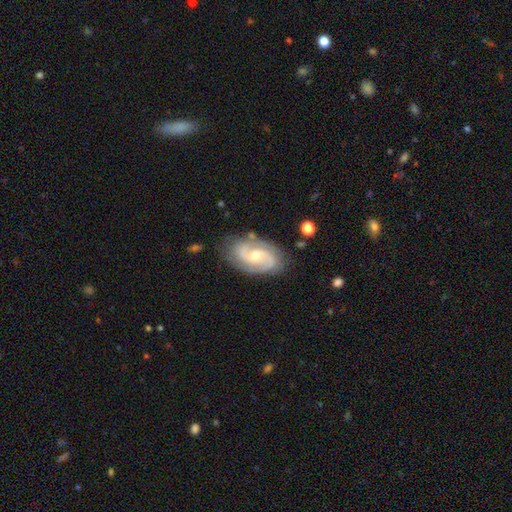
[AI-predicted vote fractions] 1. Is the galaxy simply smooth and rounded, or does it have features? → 86% featured or disk, 8% smooth, 5% star or artifact.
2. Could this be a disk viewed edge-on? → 97% no, 3% yes.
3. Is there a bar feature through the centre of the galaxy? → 52% no, 40% weak, 8% strong.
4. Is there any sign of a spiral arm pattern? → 97% yes, 3% no.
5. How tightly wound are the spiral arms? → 50% medium, 35% tight, 15% loose.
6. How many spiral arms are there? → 85% 2, 6% can't tell, 5% 3, 2% 1, 1% 4, 1% more than 4.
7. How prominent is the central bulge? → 49% moderate, 46% small, 2% large, 2% none, 1% dominant.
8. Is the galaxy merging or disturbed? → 79% none, 15% minor disturbance, 4% major disturbance, 2% merger.